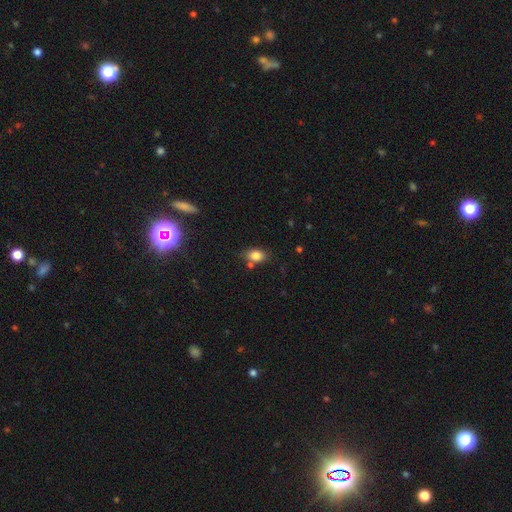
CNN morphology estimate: smooth 82%, star or artifact 10%, featured or disk 8%. Down the decision tree: how rounded — in between (81%); merging — none (68%).